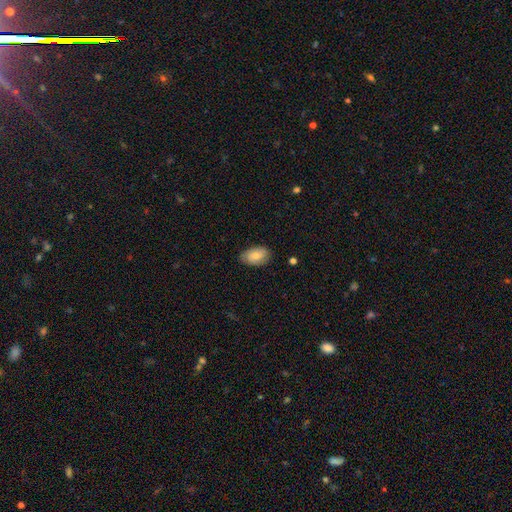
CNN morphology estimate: Q: Smooth or featured?
A: smooth (68%); runner-up: featured or disk (25%)
Q: How rounded?
A: in between (91%); runner-up: round (8%)
Q: Merging?
A: none (78%); runner-up: minor disturbance (18%)